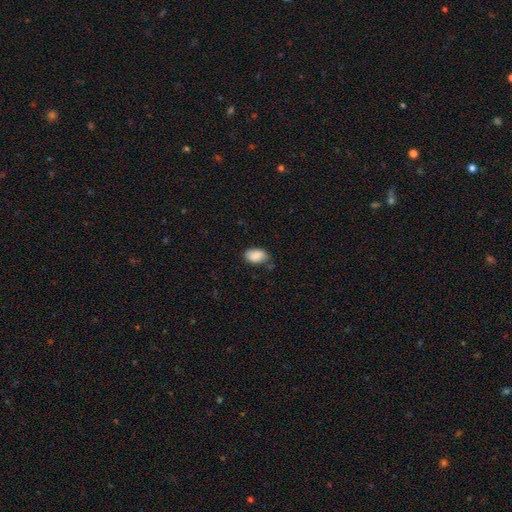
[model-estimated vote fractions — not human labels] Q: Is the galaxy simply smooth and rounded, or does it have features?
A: smooth — 88%.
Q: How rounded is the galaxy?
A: in between — 89%.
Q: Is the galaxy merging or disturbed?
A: none — 71%.